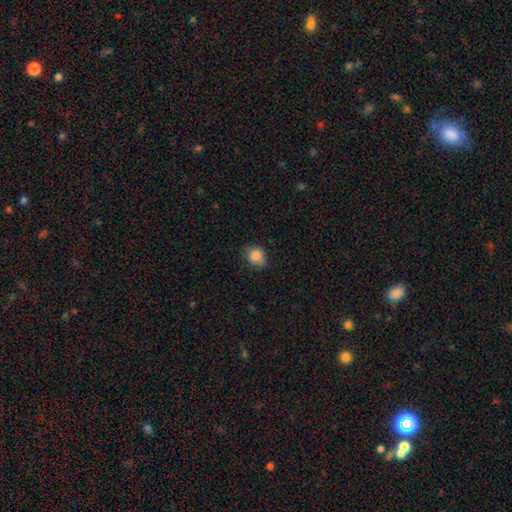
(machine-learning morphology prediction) A smooth galaxy with no disk features (85%) that is round (72%). Merging: none (72%).